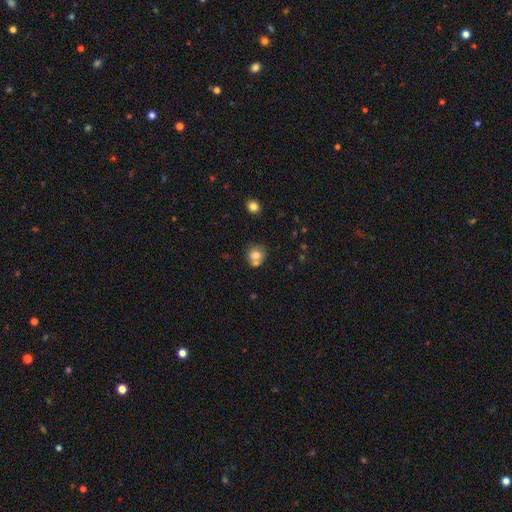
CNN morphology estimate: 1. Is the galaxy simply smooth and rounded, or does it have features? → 73% smooth, 16% featured or disk, 11% star or artifact.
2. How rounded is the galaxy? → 81% round, 18% in between, 1% cigar-shaped.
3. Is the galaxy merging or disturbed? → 54% none, 29% merger, 13% minor disturbance, 4% major disturbance.